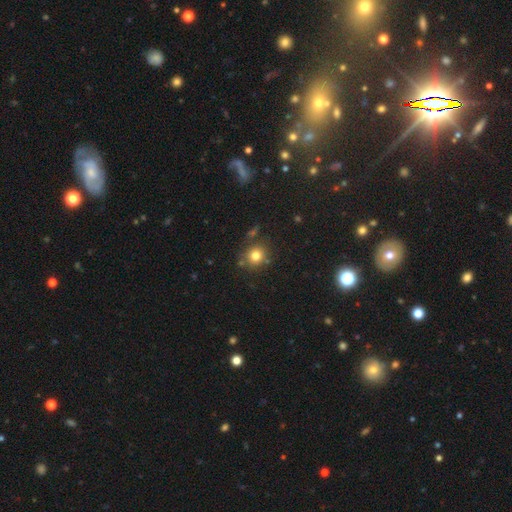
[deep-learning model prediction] This appears to be a smooth galaxy with no disk features (78%) that is round (83%). Merging: none (77%).